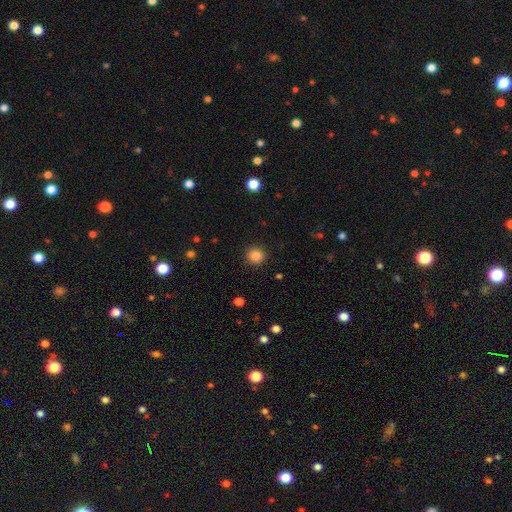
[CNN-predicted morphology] A smooth galaxy with no disk features (85%) that is round (93%). Merging: none (91%).